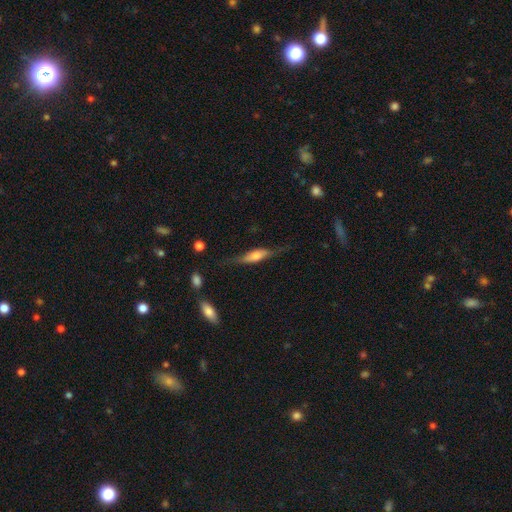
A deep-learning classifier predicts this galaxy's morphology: smooth_or_featured: featured or disk (p=0.53) [alt: smooth p=0.41]
disk_edge_on: yes (p=0.86) [alt: no p=0.14]
merging: none (p=0.68) [alt: minor disturbance p=0.21]